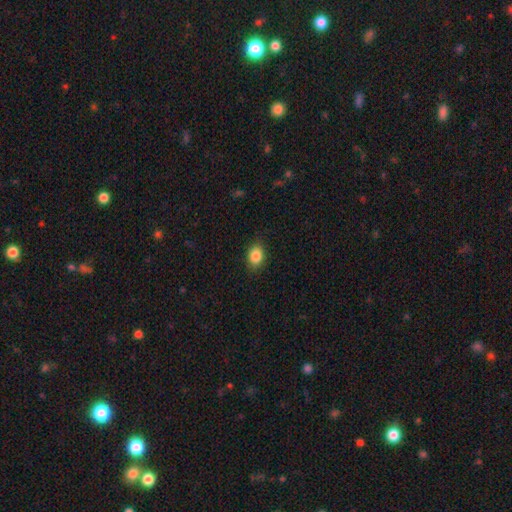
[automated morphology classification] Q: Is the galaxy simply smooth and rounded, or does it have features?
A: smooth — 86%.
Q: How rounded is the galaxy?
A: in between — 68%.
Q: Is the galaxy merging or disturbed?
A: none — 86%.